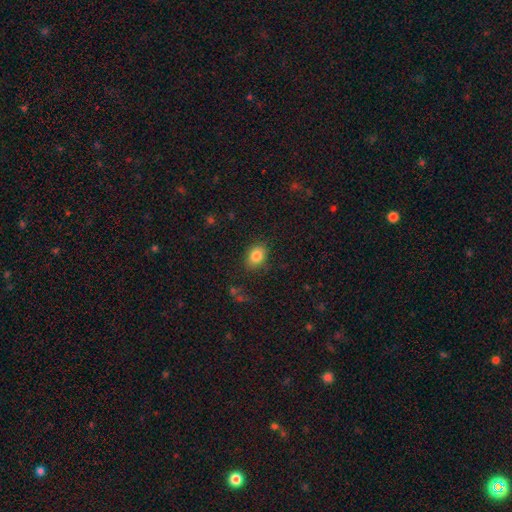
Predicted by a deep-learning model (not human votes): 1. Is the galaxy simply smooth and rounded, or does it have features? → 84% smooth, 10% star or artifact, 7% featured or disk.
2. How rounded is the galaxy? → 69% in between, 30% round, 1% cigar-shaped.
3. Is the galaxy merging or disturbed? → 82% none, 13% minor disturbance, 4% major disturbance, 2% merger.